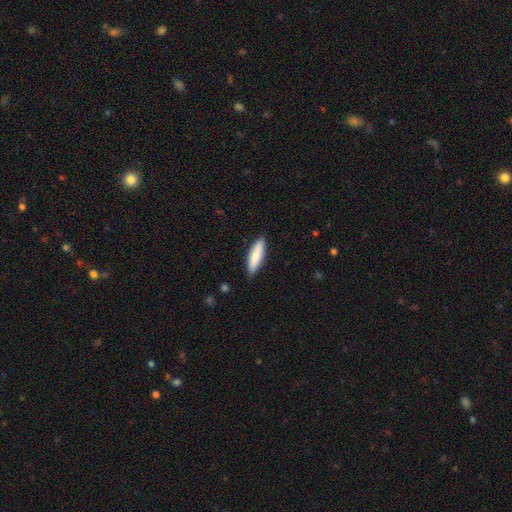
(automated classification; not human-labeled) smooth_or_featured: smooth (p=0.82) [alt: featured or disk p=0.13]
how_rounded: cigar-shaped (p=0.65) [alt: in between p=0.33]
merging: none (p=0.87) [alt: minor disturbance p=0.10]